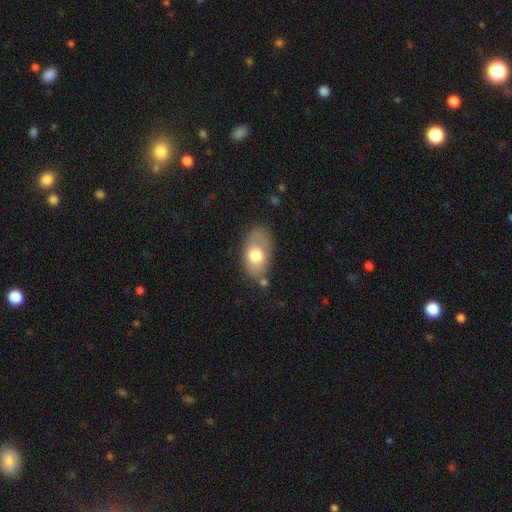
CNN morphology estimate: Q: Smooth or featured?
A: smooth (69%); runner-up: featured or disk (24%)
Q: How rounded?
A: in between (90%); runner-up: round (8%)
Q: Merging?
A: none (66%); runner-up: minor disturbance (21%)